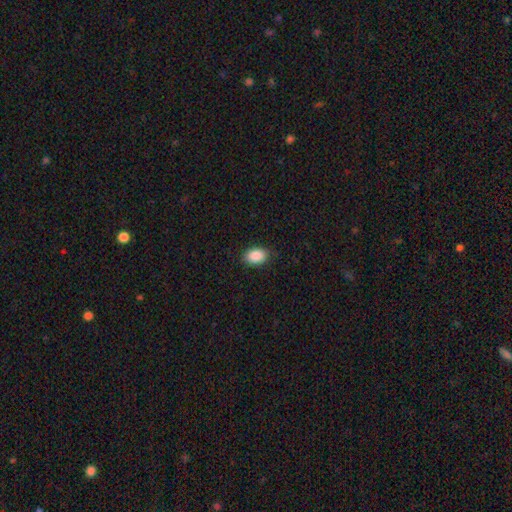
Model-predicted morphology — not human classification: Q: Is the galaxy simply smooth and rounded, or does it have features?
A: smooth — 89%.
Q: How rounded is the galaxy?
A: in between — 87%.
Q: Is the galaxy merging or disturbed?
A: none — 87%.